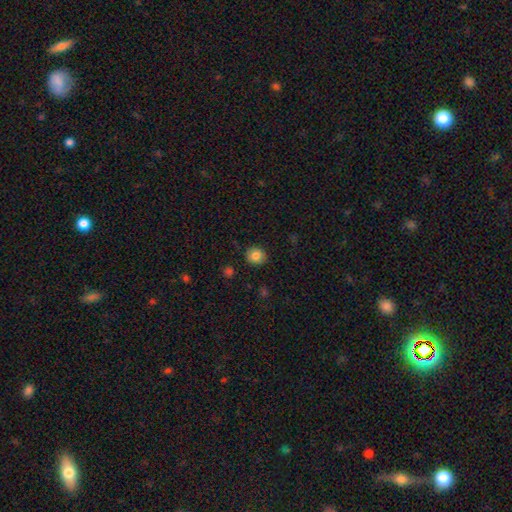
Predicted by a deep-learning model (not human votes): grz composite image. It shows a smooth galaxy with no disk features (82%) that is round (79%). Merging: none (89%).